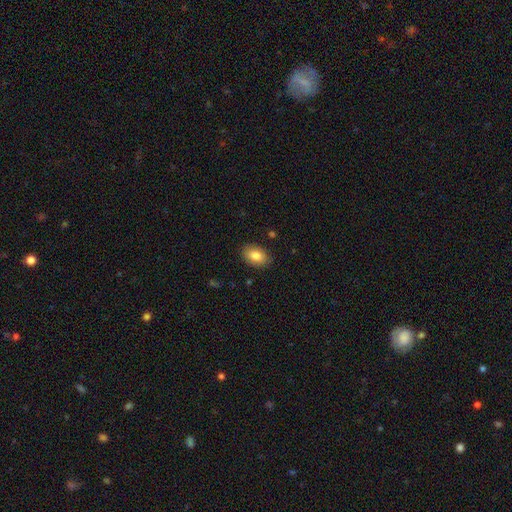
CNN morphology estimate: Smooth or featured? Predicted: smooth (p=0.83). How rounded? Predicted: in between (p=0.86). Merging? Predicted: none (p=0.87).